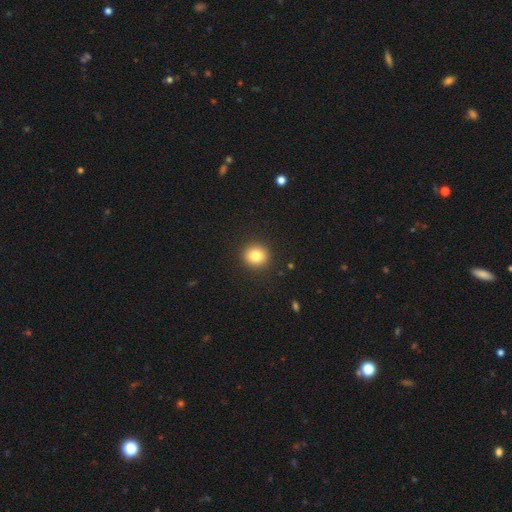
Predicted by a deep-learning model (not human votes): A smooth galaxy with no disk features (82%) that is round (90%). Merging: none (92%).